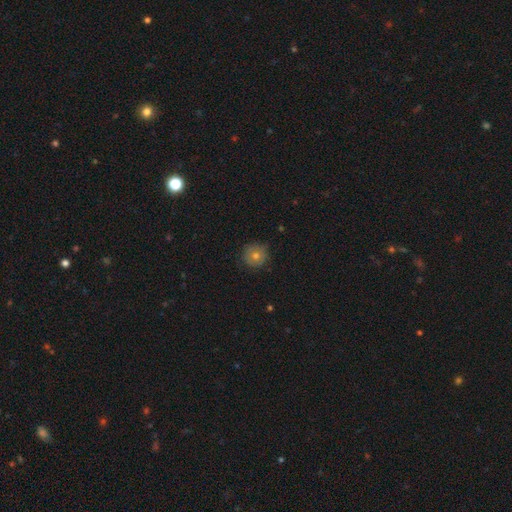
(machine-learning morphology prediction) Smooth or featured? Predicted: smooth (p=0.63). How rounded? Predicted: round (p=0.94). Merging? Predicted: none (p=0.85).